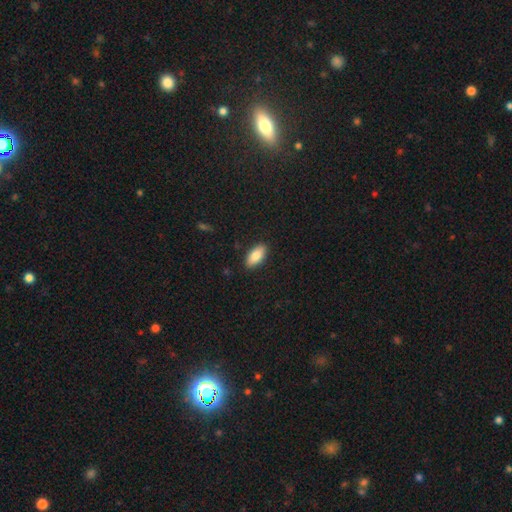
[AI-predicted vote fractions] Smooth or featured: smooth — 85% (featured or disk — 9%)
How rounded: in between — 90% (cigar-shaped — 8%)
Merging: none — 89% (minor disturbance — 8%)